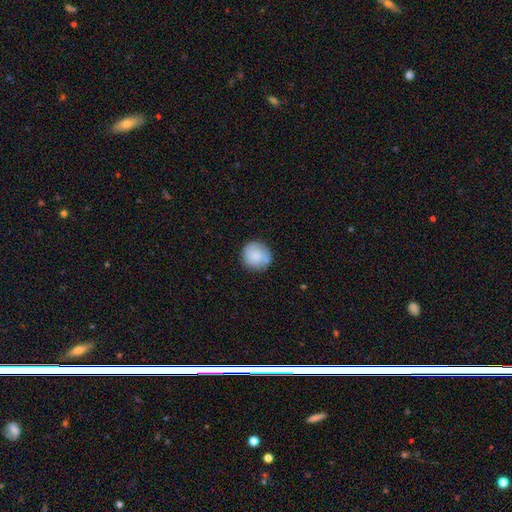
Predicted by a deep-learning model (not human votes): This appears to be a smooth galaxy with no disk features (85%) that is round (91%). Merging: none (78%).